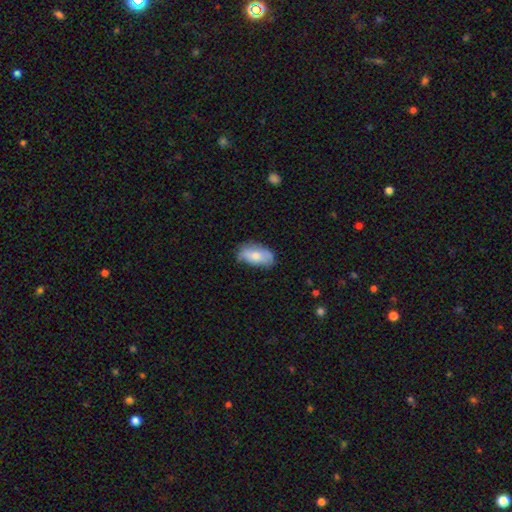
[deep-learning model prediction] smooth_or_featured: smooth (p=0.70) [alt: featured or disk p=0.24]
how_rounded: in between (p=0.93) [alt: round p=0.04]
merging: none (p=0.63) [alt: minor disturbance p=0.29]